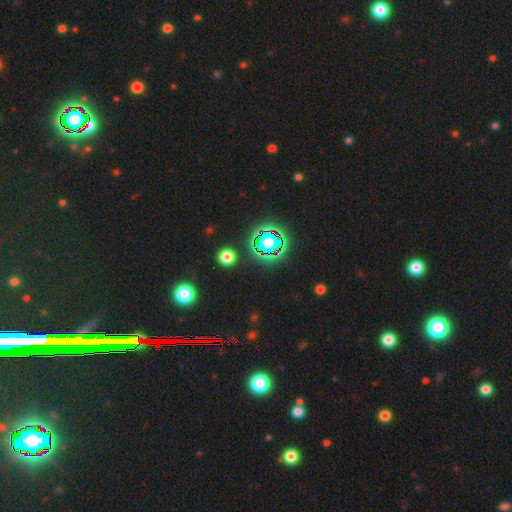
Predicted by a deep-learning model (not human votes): Smooth or featured? Predicted: star or artifact (p=0.80).